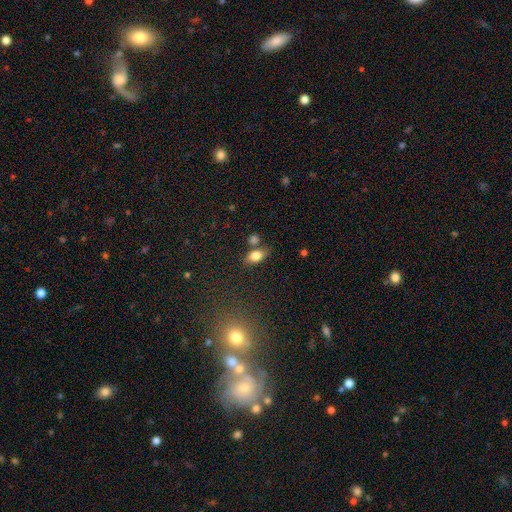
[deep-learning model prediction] A smooth galaxy with no disk features (81%) that is in between round and cigar-shaped (85%).

Vote fractions:
- Smooth or featured? smooth: 81% / featured or disk: 11% / star or artifact: 9%
- How rounded? in between: 85% / round: 11% / cigar-shaped: 4%
- Merging? none: 66% / merger: 16% / minor disturbance: 14% / major disturbance: 4%